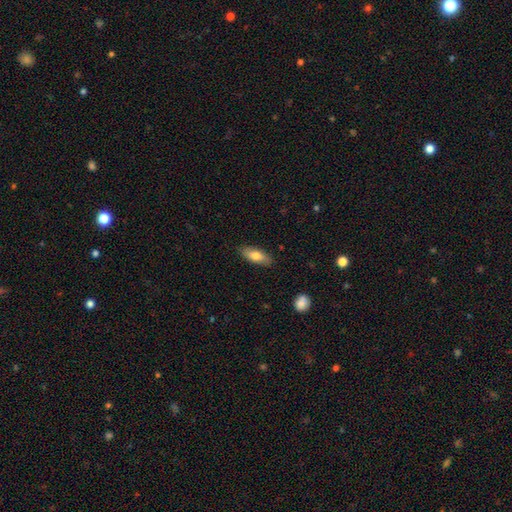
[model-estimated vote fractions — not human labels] A smooth galaxy with no disk features (74%) that is in between round and cigar-shaped (76%). Merging: none (86%).